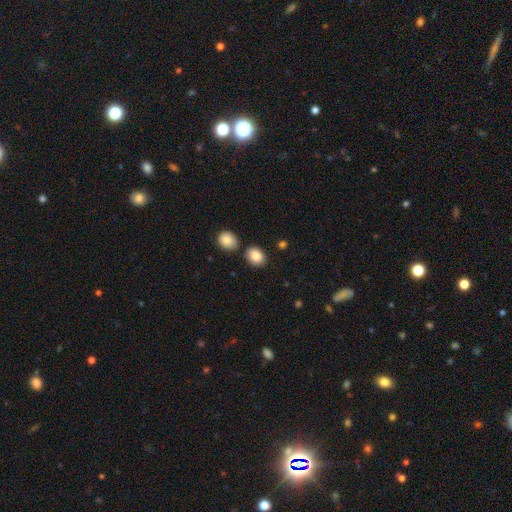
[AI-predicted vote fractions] Smooth or featured?
  - smooth: 86% *
  - star or artifact: 8%
  - featured or disk: 6%
How rounded?
  - in between: 60% *
  - round: 39%
  - cigar-shaped: 1%
Merging?
  - none: 78% *
  - minor disturbance: 10%
  - merger: 9%
  - major disturbance: 3%